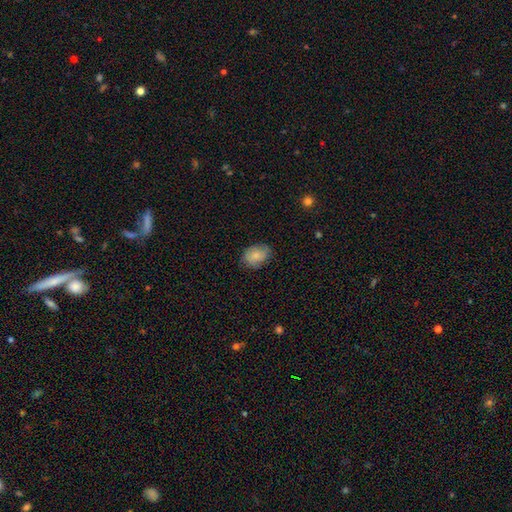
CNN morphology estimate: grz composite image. It shows a smooth galaxy with no disk features (73%) that is in between round and cigar-shaped (70%). Merging: none (76%).